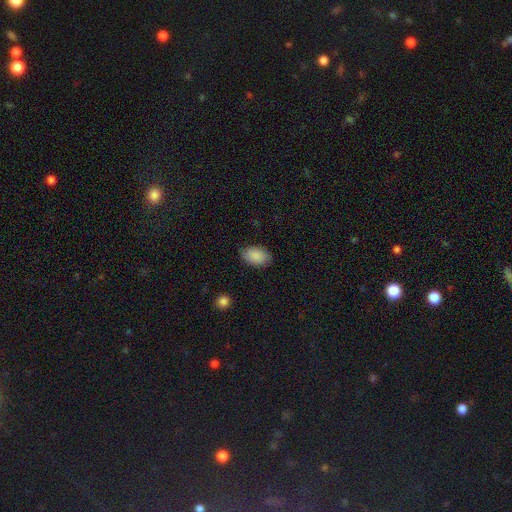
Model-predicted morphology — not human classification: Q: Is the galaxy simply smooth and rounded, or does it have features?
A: smooth — 87%.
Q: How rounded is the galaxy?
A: in between — 91%.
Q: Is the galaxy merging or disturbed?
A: none — 77%.